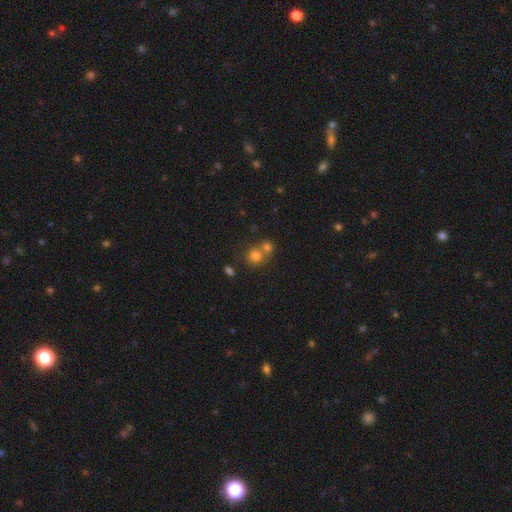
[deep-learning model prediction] Smooth or featured? Predicted: smooth (p=0.75). How rounded? Predicted: round (p=0.84). Merging? Predicted: merger (p=0.48).